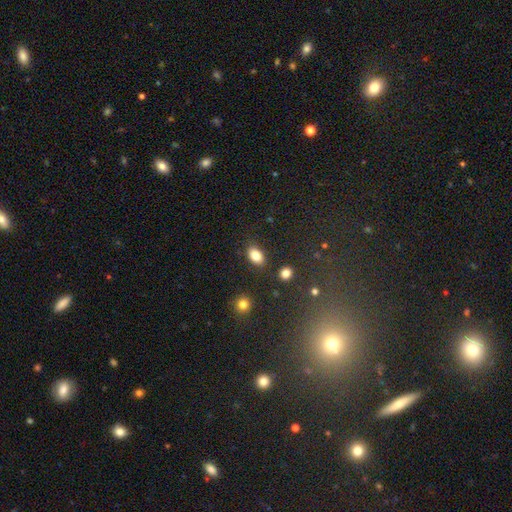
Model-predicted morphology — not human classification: Overall: smooth (83%). How rounded: in between (87%). Merging: none (83%).